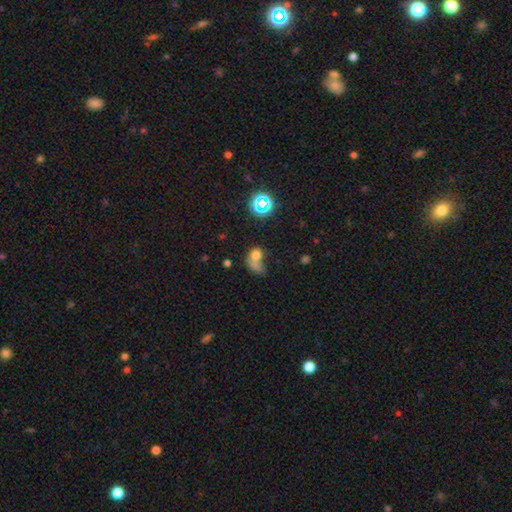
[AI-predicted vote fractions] smooth_or_featured: smooth (p=0.65) [alt: star or artifact p=0.19]
how_rounded: in between (p=0.49) [tied with: round p=0.49]
merging: merger (p=0.41) [alt: none p=0.24]